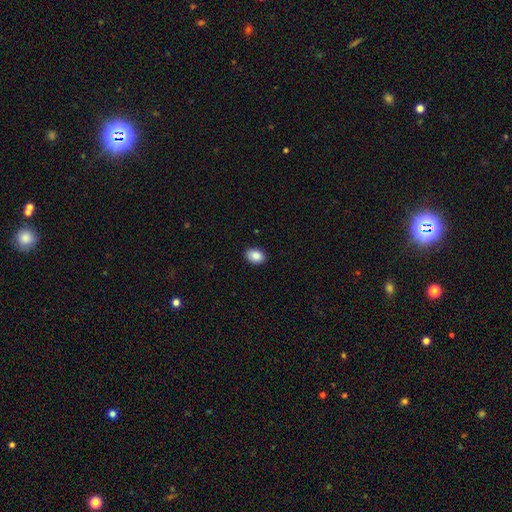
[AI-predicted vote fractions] Smooth or featured? Predicted: smooth (p=0.88). How rounded? Predicted: in between (p=0.79). Merging? Predicted: none (p=0.89).